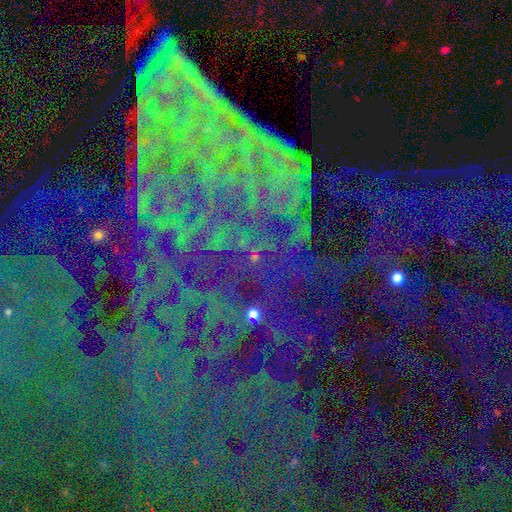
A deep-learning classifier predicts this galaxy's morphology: star or artifact 82%, featured or disk 10%, smooth 8%.